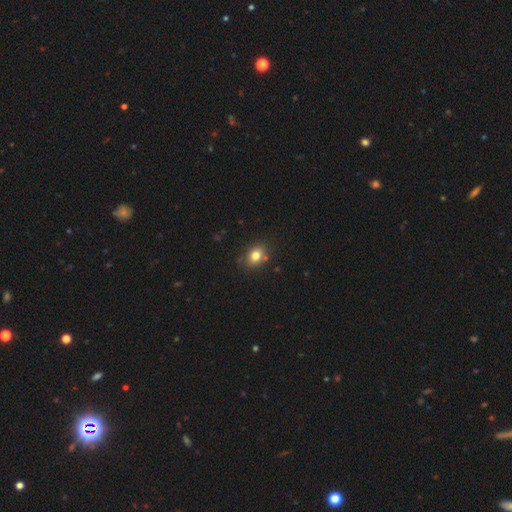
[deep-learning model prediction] Morphology: type=smooth (79%); roundness=in between (56%); merging=none (76%).